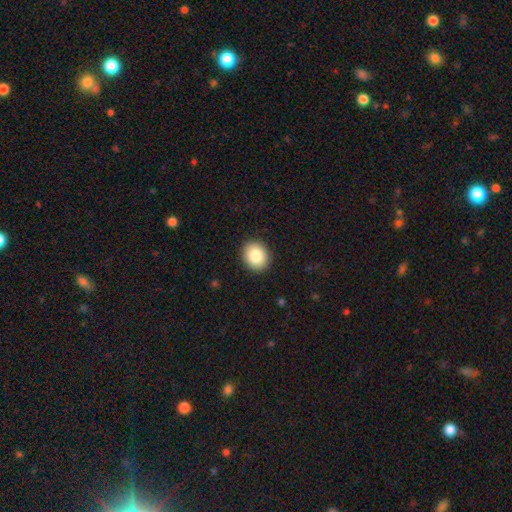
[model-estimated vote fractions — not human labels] Q: Smooth or featured?
A: smooth (84%); runner-up: star or artifact (8%)
Q: How rounded?
A: round (61%); runner-up: in between (38%)
Q: Merging?
A: none (91%); runner-up: minor disturbance (6%)